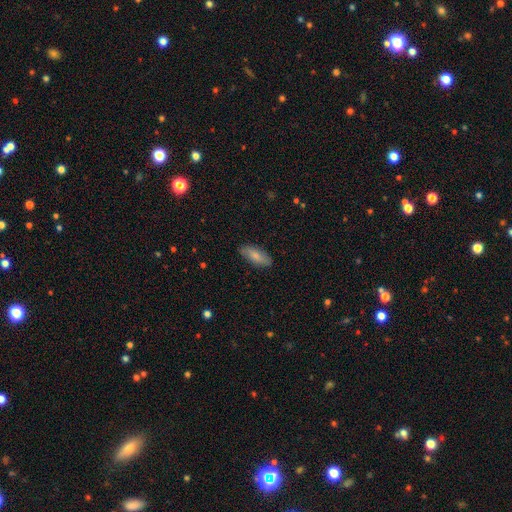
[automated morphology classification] Smooth or featured? Predicted: smooth (p=0.79). How rounded? Predicted: in between (p=0.78). Merging? Predicted: none (p=0.85).